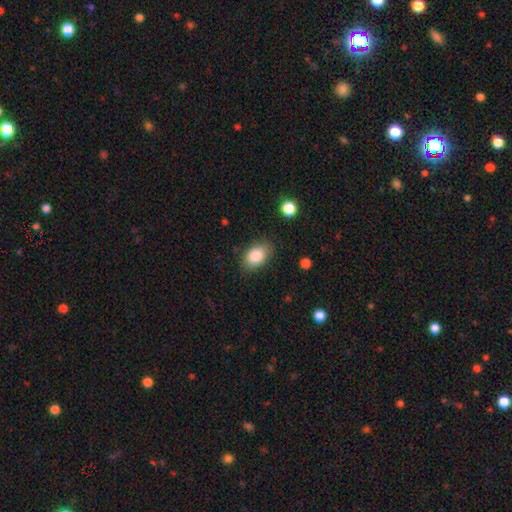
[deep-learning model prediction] Smooth or featured?
  - smooth: 85% *
  - star or artifact: 8%
  - featured or disk: 7%
How rounded?
  - in between: 87% *
  - round: 12%
  - cigar-shaped: 1%
Merging?
  - none: 80% *
  - minor disturbance: 15%
  - major disturbance: 4%
  - merger: 1%